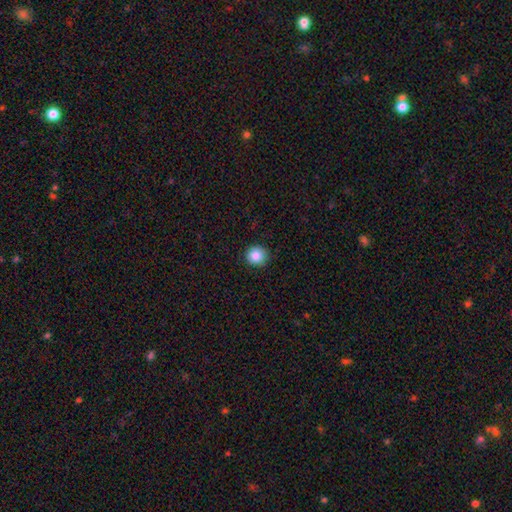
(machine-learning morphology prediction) The model was most divided on "smooth or featured": smooth: 86%, star or artifact: 10%, featured or disk: 5%. More confident: how rounded — round (93%); merging — none (91%).